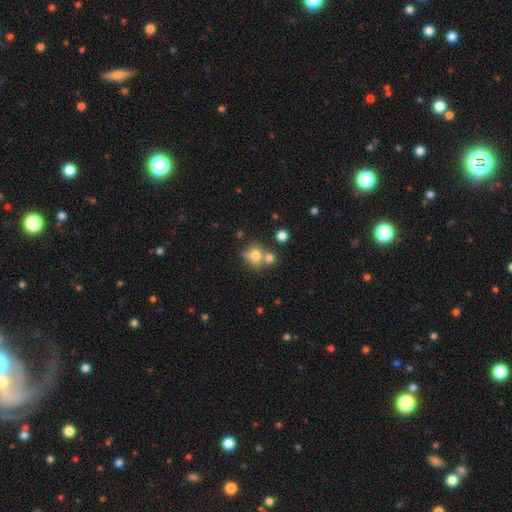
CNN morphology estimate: A smooth galaxy with no disk features (68%) that is round (63%).

Vote fractions:
- Smooth or featured? smooth: 68% / featured or disk: 18% / star or artifact: 14%
- How rounded? round: 63% / in between: 34% / cigar-shaped: 2%
- Merging? none: 44% / merger: 35% / minor disturbance: 13% / major disturbance: 7%